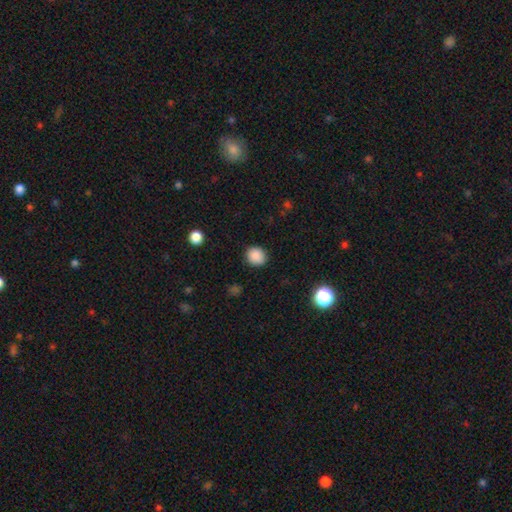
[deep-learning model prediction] Q: Smooth or featured?
A: smooth (88%); runner-up: star or artifact (9%)
Q: How rounded?
A: round (80%); runner-up: in between (19%)
Q: Merging?
A: none (89%); runner-up: minor disturbance (8%)